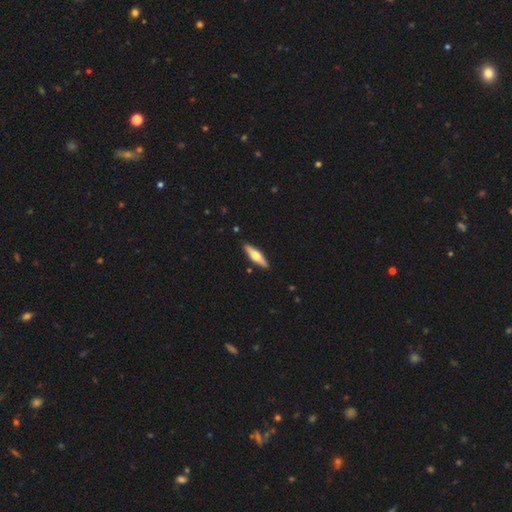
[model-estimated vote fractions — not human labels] smooth_or_featured: featured or disk (p=0.50) [alt: smooth p=0.45]
merging: none (p=0.90) [alt: minor disturbance p=0.07]